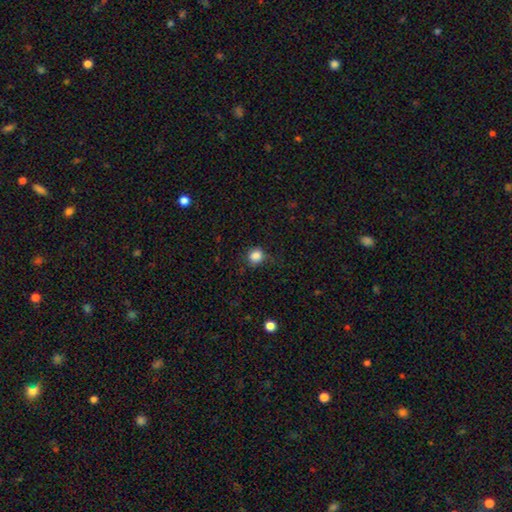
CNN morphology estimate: smooth_or_featured: smooth (p=0.85) [alt: star or artifact p=0.11]
how_rounded: round (p=0.83) [alt: in between p=0.16]
merging: none (p=0.72) [alt: minor disturbance p=0.20]